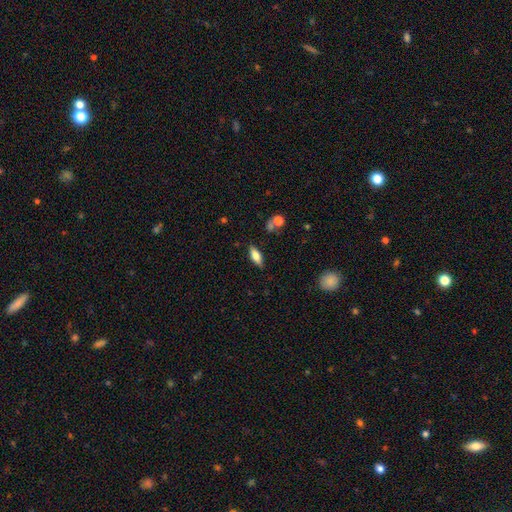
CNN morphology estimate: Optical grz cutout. It shows a smooth galaxy with no disk features (61%) that is in between round and cigar-shaped (70%). Merging: none (84%).